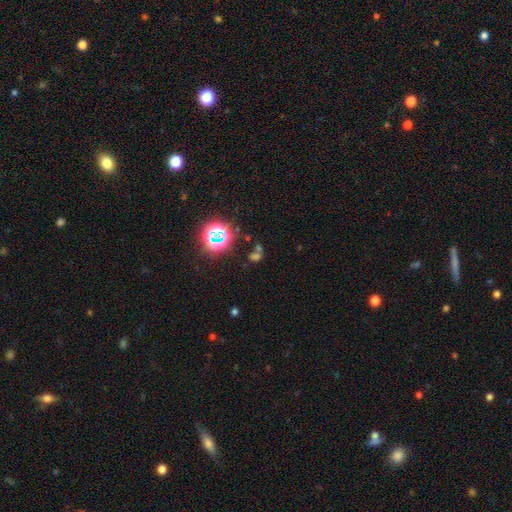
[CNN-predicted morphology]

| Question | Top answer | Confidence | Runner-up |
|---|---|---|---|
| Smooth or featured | star or artifact | 54% | smooth (36%) |